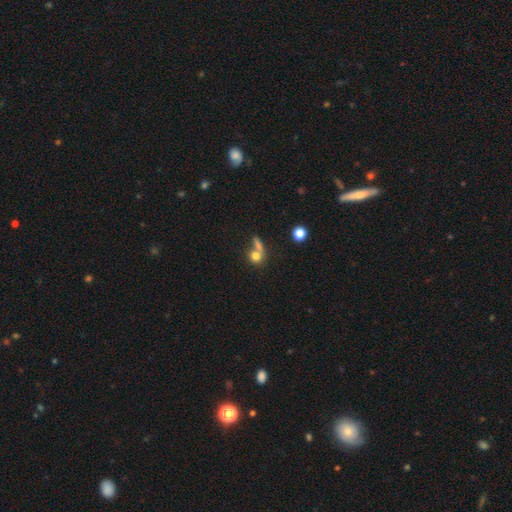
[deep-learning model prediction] A smooth galaxy with no disk features (75%) that is round (77%). Merging: merger (43%).